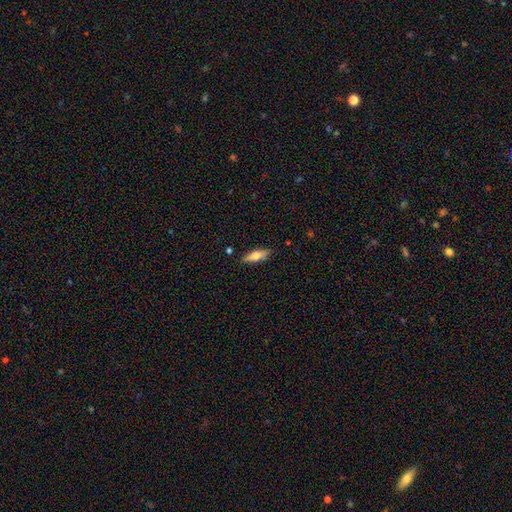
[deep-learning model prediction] Smooth or featured: smooth — 59% (featured or disk — 35%)
How rounded: in between — 52% (cigar-shaped — 45%)
Merging: none — 85% (minor disturbance — 11%)